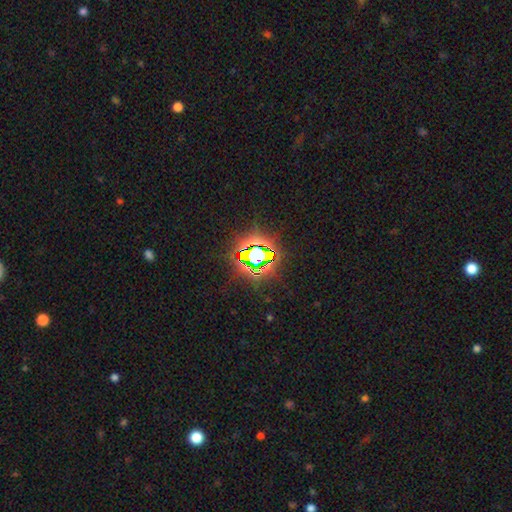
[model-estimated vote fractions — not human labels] This is likely a star or artifact rather than a galaxy (78%).